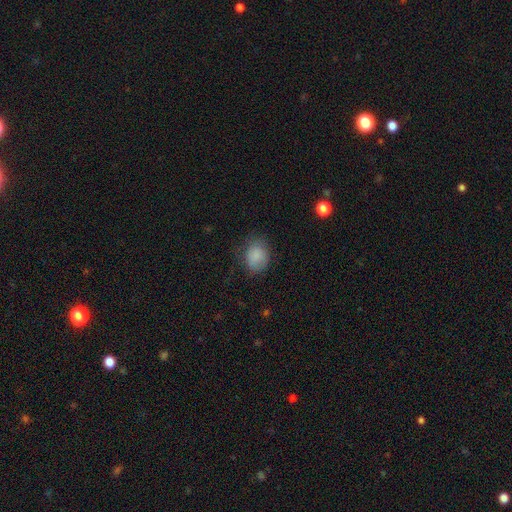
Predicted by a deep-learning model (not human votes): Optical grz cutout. It shows a smooth galaxy with no disk features (84%) that is in between round and cigar-shaped (52%). Merging: none (65%).